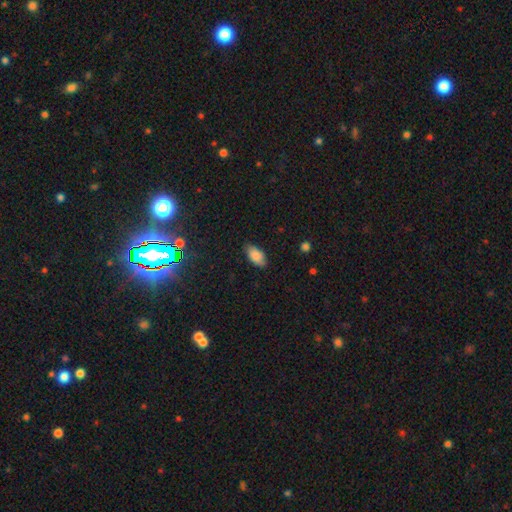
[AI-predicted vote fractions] Smooth or featured?
  - smooth: 85% *
  - featured or disk: 8%
  - star or artifact: 8%
How rounded?
  - in between: 93% *
  - cigar-shaped: 4%
  - round: 3%
Merging?
  - none: 84% *
  - minor disturbance: 12%
  - major disturbance: 2%
  - merger: 1%